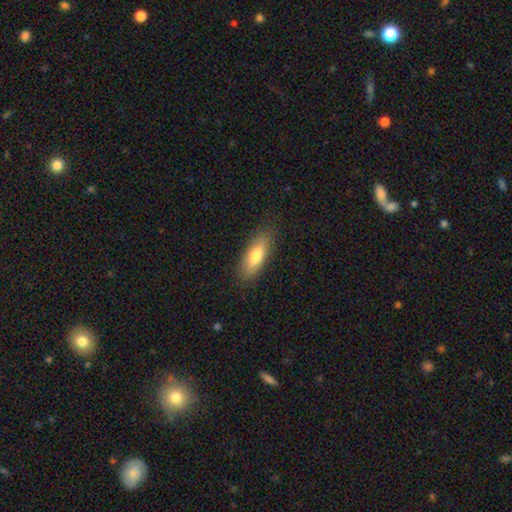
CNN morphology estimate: Smooth or featured?
  - smooth: 73% *
  - featured or disk: 20%
  - star or artifact: 6%
How rounded?
  - in between: 60% *
  - cigar-shaped: 37%
  - round: 2%
Merging?
  - none: 85% *
  - minor disturbance: 11%
  - major disturbance: 3%
  - merger: 1%